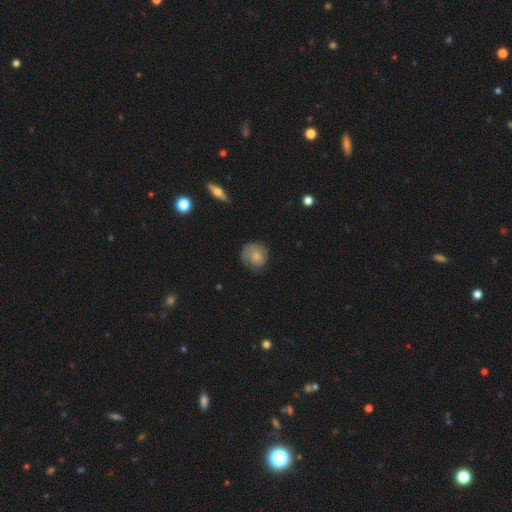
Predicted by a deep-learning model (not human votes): Smooth or featured?
  - smooth: 58% *
  - featured or disk: 35%
  - star or artifact: 8%
How rounded?
  - round: 85% *
  - in between: 14%
  - cigar-shaped: 1%
Merging?
  - none: 66% *
  - minor disturbance: 24%
  - major disturbance: 9%
  - merger: 1%